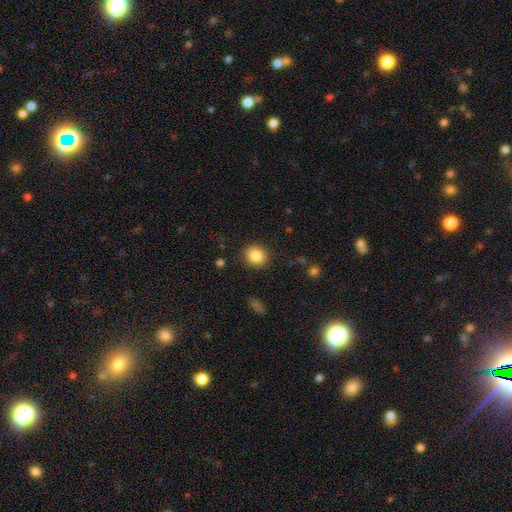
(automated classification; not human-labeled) smooth 85%, star or artifact 10%, featured or disk 6%. Down the decision tree: how rounded — round (80%); merging — none (89%).